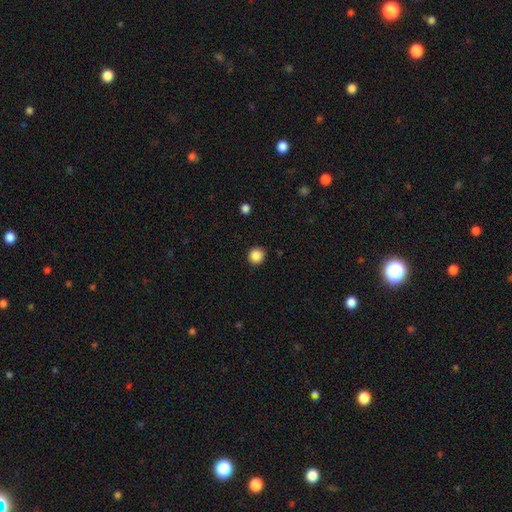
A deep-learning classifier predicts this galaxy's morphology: smooth 87%, star or artifact 10%, featured or disk 3%. Down the decision tree: how rounded — round (93%); merging — none (91%).